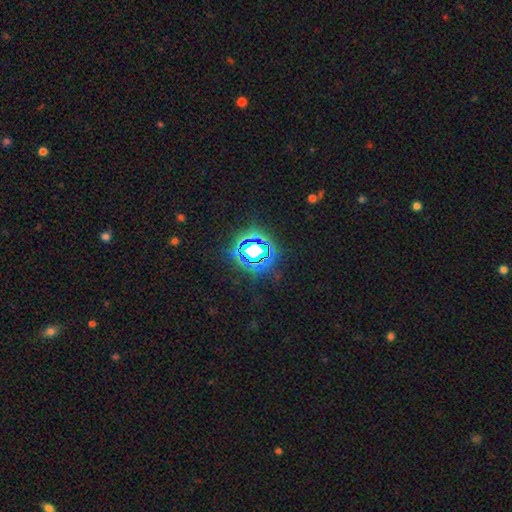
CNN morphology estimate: Smooth or featured: star or artifact — 74% (smooth — 15%)